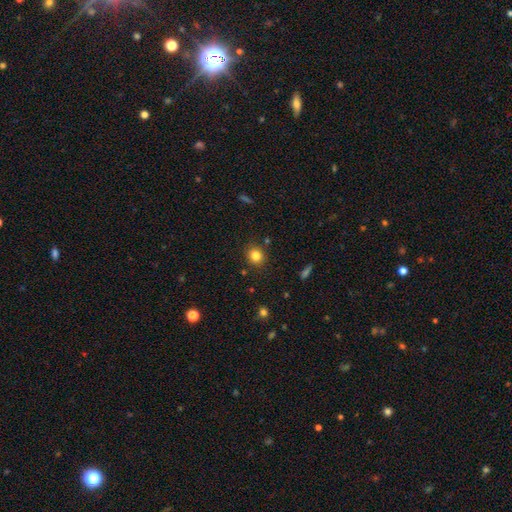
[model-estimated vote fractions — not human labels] This is clearly a smooth galaxy (82%). How rounded: likely round (79%). Merging: clearly none (85%).